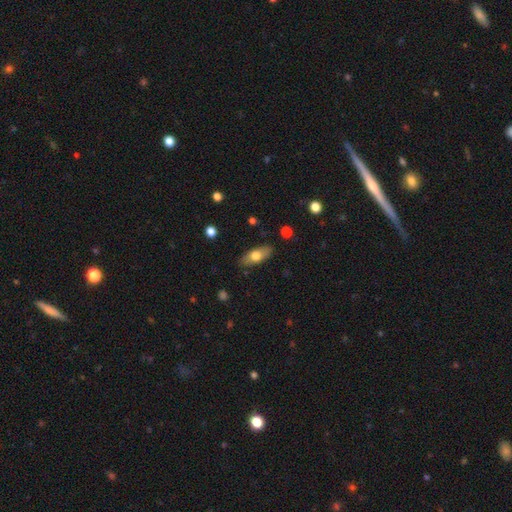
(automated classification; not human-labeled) Smooth or featured? Predicted: smooth (p=0.68). How rounded? Predicted: in between (p=0.77). Merging? Predicted: none (p=0.85).